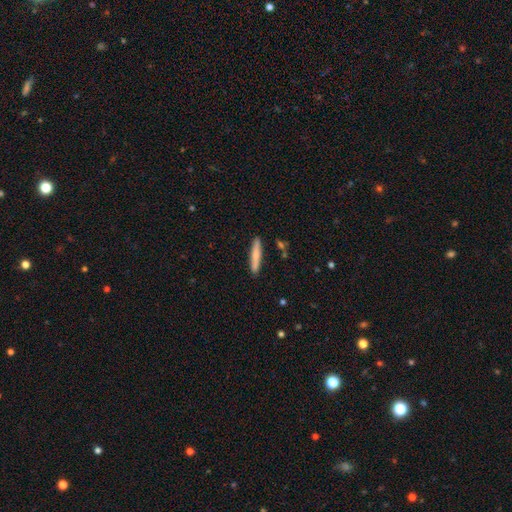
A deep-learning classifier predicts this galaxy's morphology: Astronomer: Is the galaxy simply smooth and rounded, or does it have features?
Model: smooth — 73%.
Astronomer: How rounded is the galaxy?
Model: cigar-shaped — 93%.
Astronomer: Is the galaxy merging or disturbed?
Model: none — 89%.